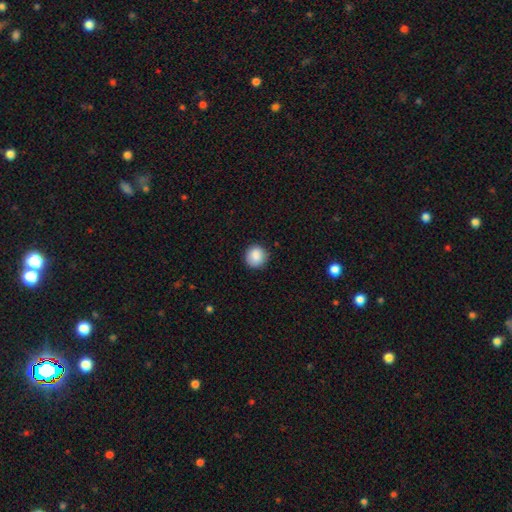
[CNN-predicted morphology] type=smooth (88%); roundness=round (91%); merging=none (89%).